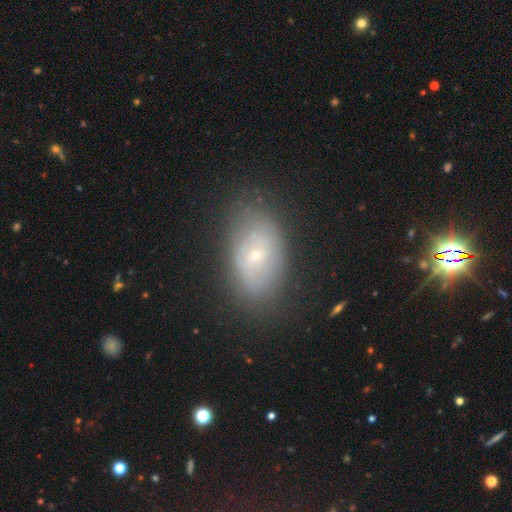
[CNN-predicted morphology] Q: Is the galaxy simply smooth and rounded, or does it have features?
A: featured or disk — 46%.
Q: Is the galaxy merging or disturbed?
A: none — 76%.